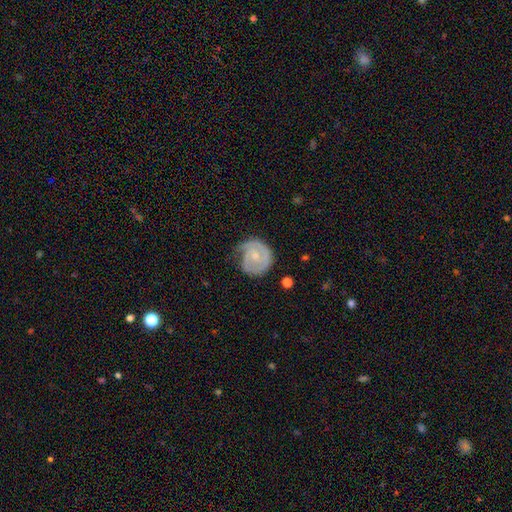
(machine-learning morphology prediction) Overall: featured or disk (78%). Edge-on disk: no (98%). Bar: no (65%; weak 30%). Spiral arms: yes (93%). Spiral arm count: 2 (45%; 1 30%). Spiral winding: tight (64%; medium 28%). Bulge size: small (63%; moderate 29%). Merging: none (59%; minor disturbance 27%).